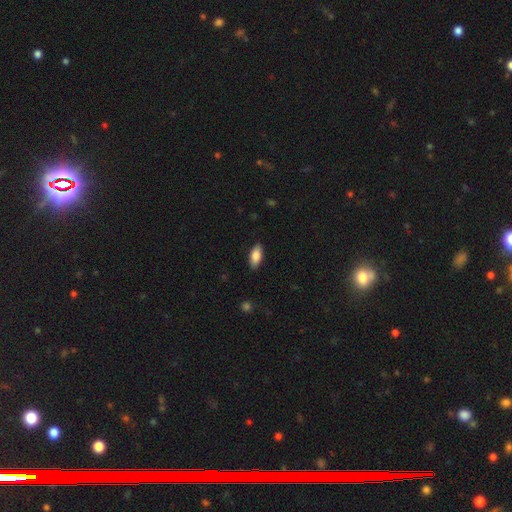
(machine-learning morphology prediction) This is clearly a smooth galaxy (84%). How rounded: clearly in between (88%). Merging: clearly none (88%).